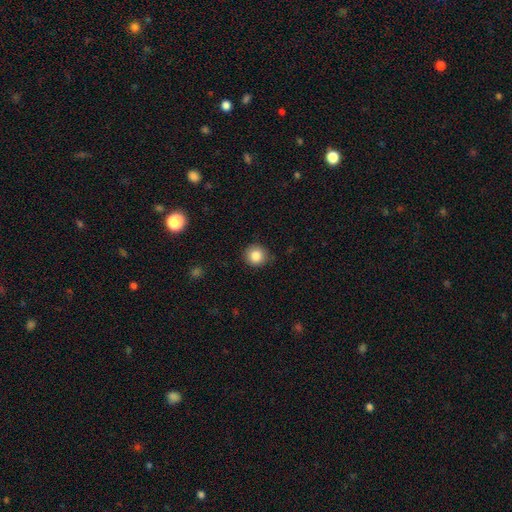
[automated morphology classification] This appears to be a smooth galaxy with no disk features (85%) that is round (91%). Merging: none (88%).